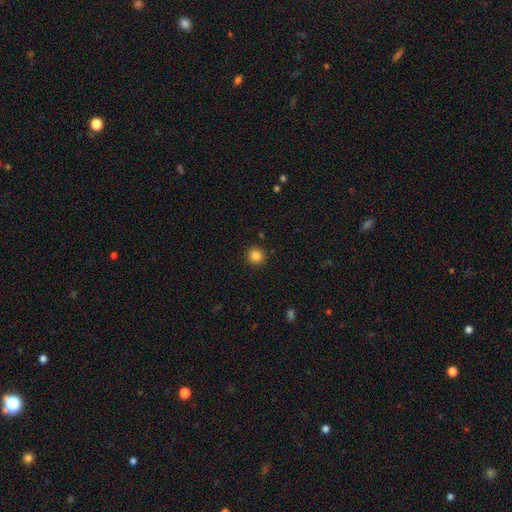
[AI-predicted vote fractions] Smooth or featured: smooth — 85% (star or artifact — 11%)
How rounded: round — 95% (in between — 4%)
Merging: none — 92% (minor disturbance — 5%)